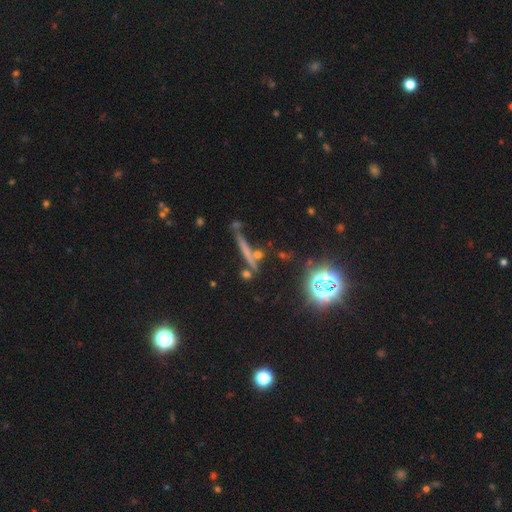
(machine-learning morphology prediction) Smooth or featured? smooth (35%)
Merging? none (70%)